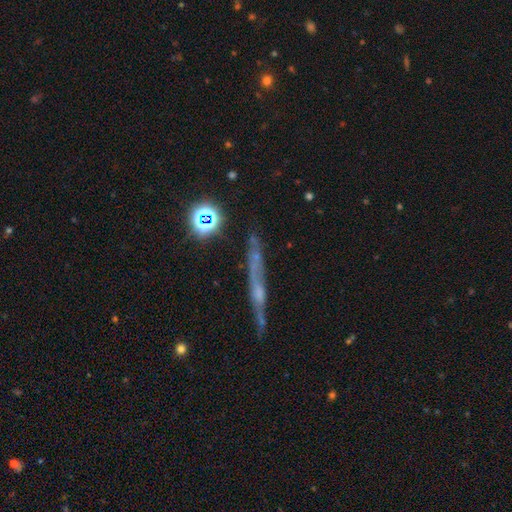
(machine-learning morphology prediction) smooth-or-featured: featured or disk: 44% | star or artifact: 30% | smooth: 27%
  merging: none: 74% | minor disturbance: 15% | major disturbance: 5% | merger: 5%